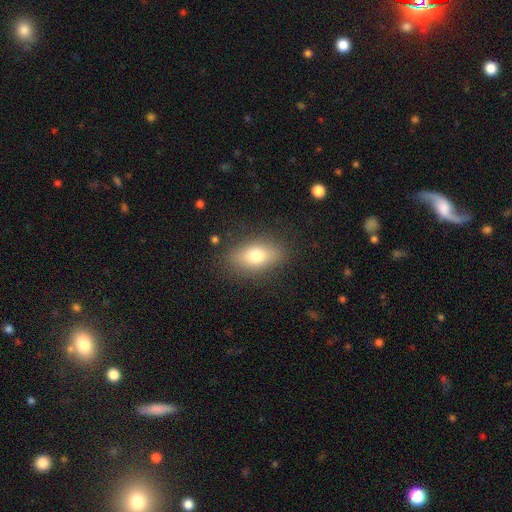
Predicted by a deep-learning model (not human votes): smooth-or-featured: smooth: 75% | featured or disk: 17% | star or artifact: 8%
  how-rounded: in between: 84% | round: 9% | cigar-shaped: 6%
  merging: none: 84% | minor disturbance: 12% | major disturbance: 4% | merger: 1%